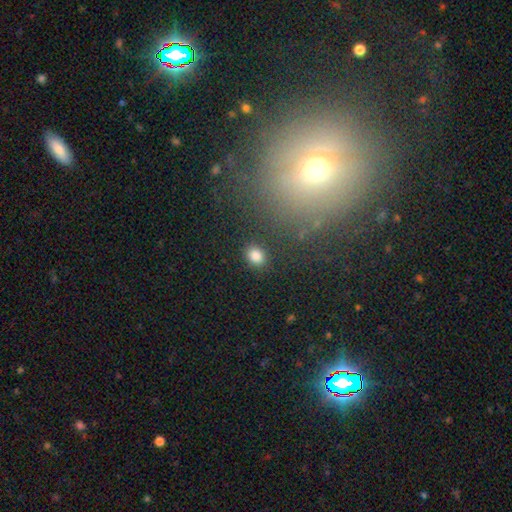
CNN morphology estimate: Smooth or featured? Predicted: smooth (p=0.84). How rounded? Predicted: round (p=0.62). Merging? Predicted: none (p=0.87).